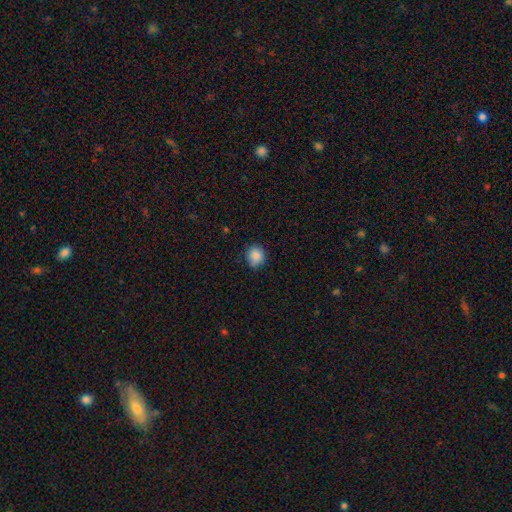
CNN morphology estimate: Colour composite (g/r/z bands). It shows a smooth galaxy with no disk features (87%) that is round (80%). Merging: none (82%).